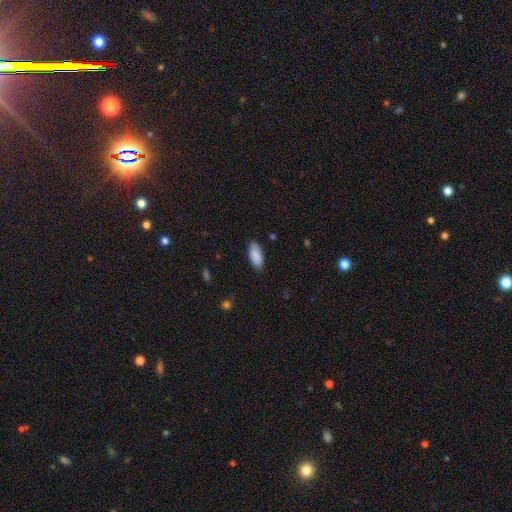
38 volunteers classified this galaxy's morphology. A smooth galaxy with no disk features (89%) that is in between round and cigar-shaped (82%). Merging: none (92%).